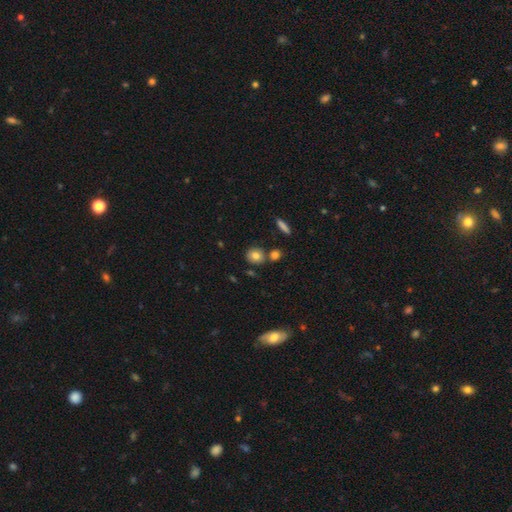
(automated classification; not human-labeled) This is likely a smooth galaxy (78%). How rounded: likely round (73%). Merging: likely none (72%).